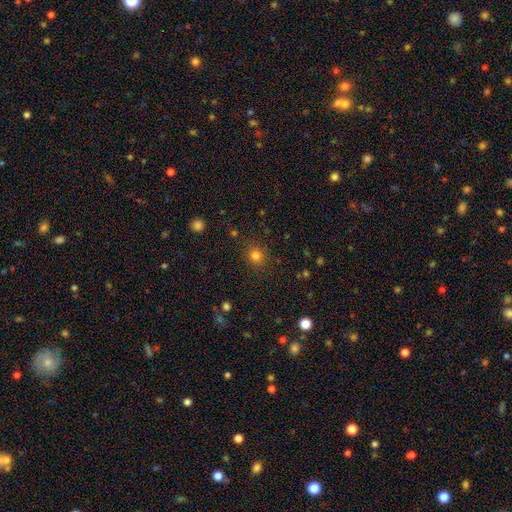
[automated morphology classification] Smooth or featured? smooth (79%)
How rounded? round (85%)
Merging? none (86%)